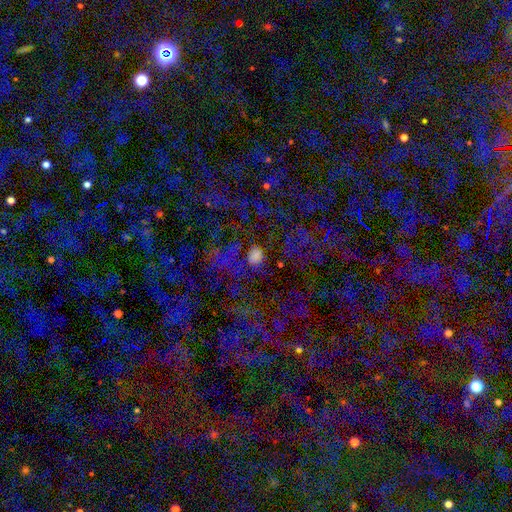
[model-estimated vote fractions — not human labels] Overall: smooth (45%; star or artifact 43%). Merging: none (63%).